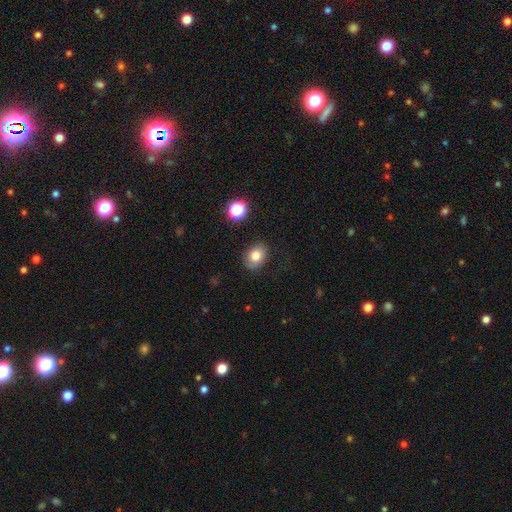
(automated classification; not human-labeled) The model was most divided on "how rounded": in between: 65%, round: 34%, cigar-shaped: 1%. More confident: merging — none (78%); smooth or featured — smooth (77%).